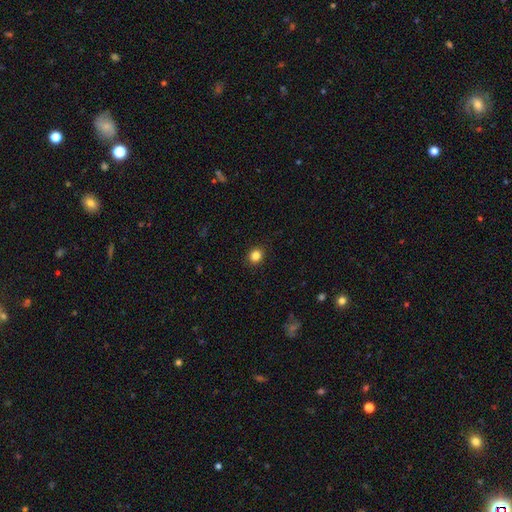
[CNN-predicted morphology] Smooth or featured? smooth (84%)
How rounded? round (79%)
Merging? none (91%)